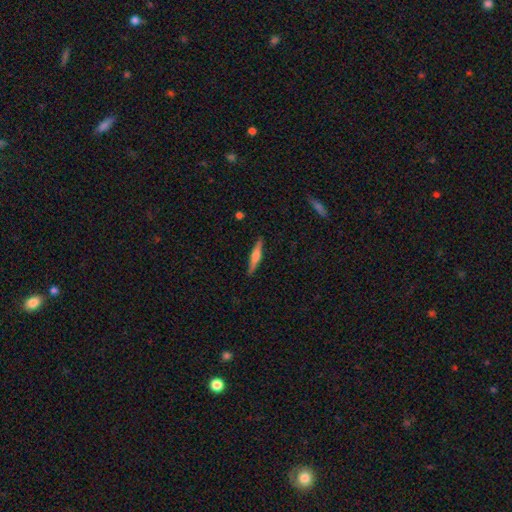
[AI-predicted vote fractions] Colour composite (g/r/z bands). It shows a featured or disk galaxy (48%). Merging: none (89%).